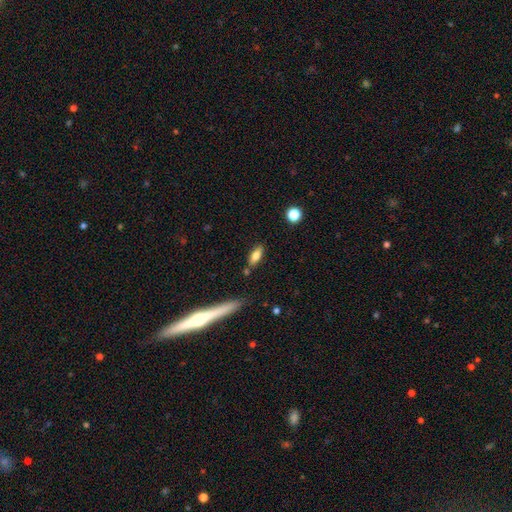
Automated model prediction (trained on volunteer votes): smooth 73%, featured or disk 20%, star or artifact 7%. Down the decision tree: how rounded — in between (68%); merging — none (78%).